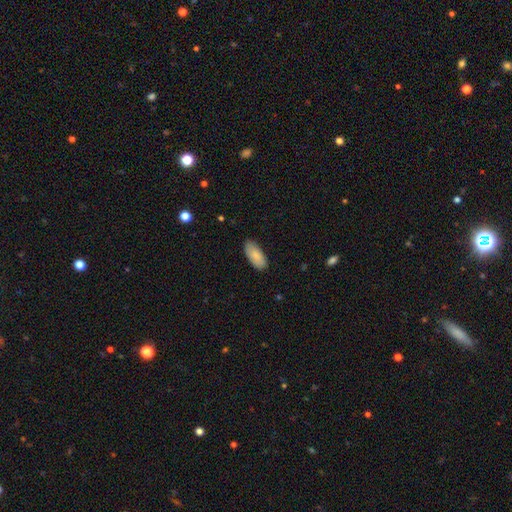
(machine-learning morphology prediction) A smooth galaxy with no disk features (86%) that is in between round and cigar-shaped (91%). Merging: none (85%).